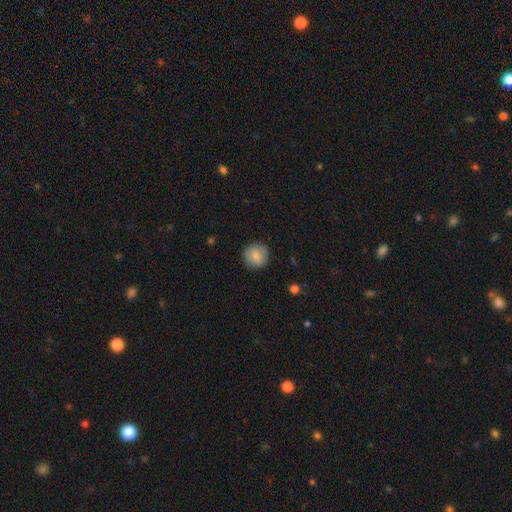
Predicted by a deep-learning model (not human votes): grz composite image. It shows a smooth galaxy with no disk features (83%) that is round (93%). Merging: none (88%).